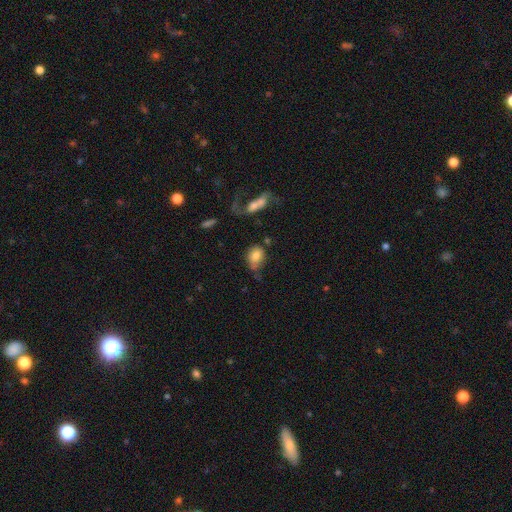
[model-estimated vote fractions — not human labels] smooth 78%, featured or disk 14%, star or artifact 9%. Down the decision tree: how rounded — in between (65%); merging — none (43%).